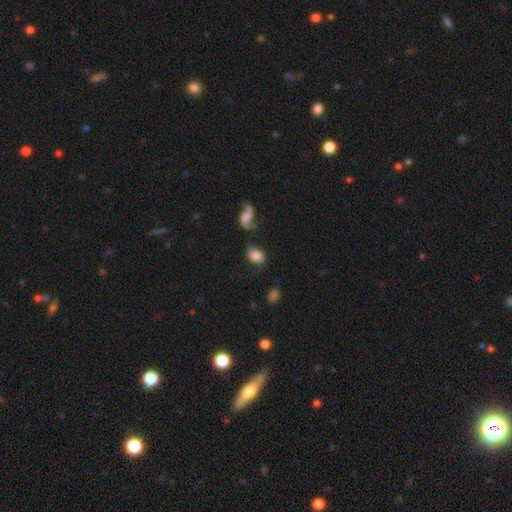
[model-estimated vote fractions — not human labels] The model was most divided on "merging": none: 53%, minor disturbance: 23%, major disturbance: 13%, merger: 11%. More confident: how rounded — in between (76%); smooth or featured — smooth (61%).